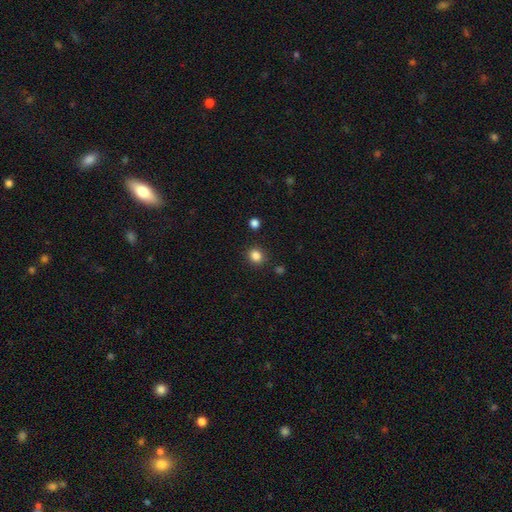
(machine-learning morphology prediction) smooth 85%, star or artifact 12%, featured or disk 4%. Down the decision tree: how rounded — round (76%); merging — none (87%).